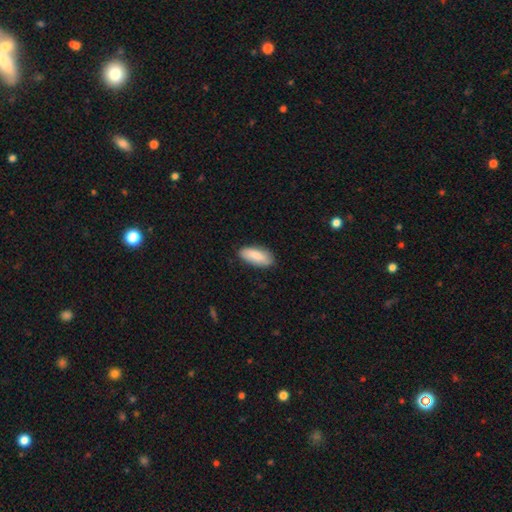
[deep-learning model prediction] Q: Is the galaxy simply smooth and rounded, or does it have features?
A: smooth — 85%.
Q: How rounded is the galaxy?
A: in between — 84%.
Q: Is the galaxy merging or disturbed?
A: none — 85%.